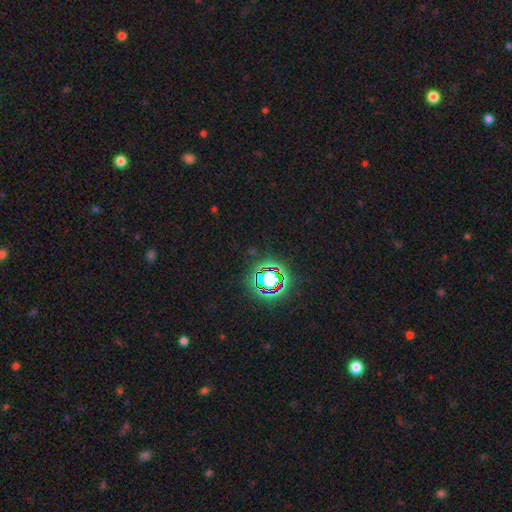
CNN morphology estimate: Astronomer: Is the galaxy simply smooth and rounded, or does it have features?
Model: star or artifact — 78%.